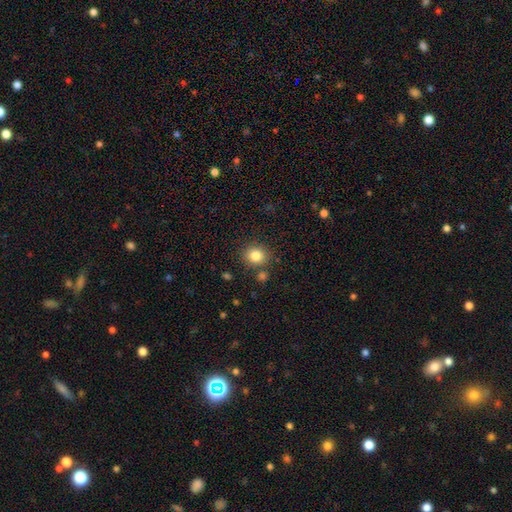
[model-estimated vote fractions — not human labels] Morphology: type=smooth (82%); roundness=round (84%); merging=none (83%).